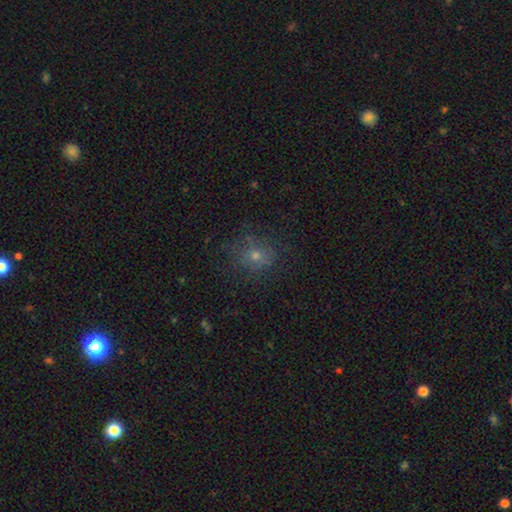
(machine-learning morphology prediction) The model was most divided on "smooth or featured": smooth: 62%, star or artifact: 24%, featured or disk: 14%. More confident: merging — none (78%); how rounded — round (78%).